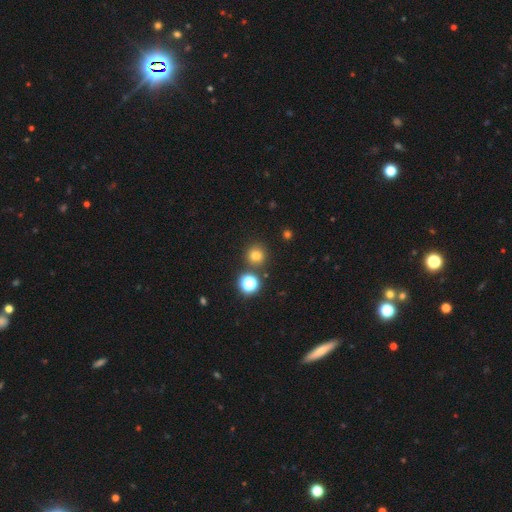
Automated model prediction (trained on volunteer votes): This is likely a smooth galaxy (74%). How rounded: clearly round (93%). Merging: clearly none (84%).